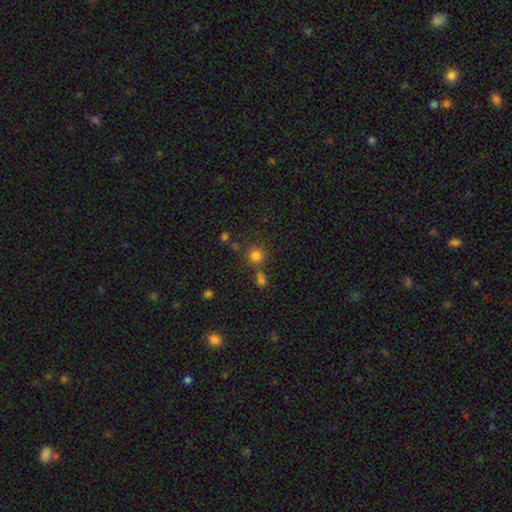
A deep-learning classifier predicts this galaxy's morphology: A smooth galaxy with no disk features (78%) that is round (89%). Merging: none (69%).